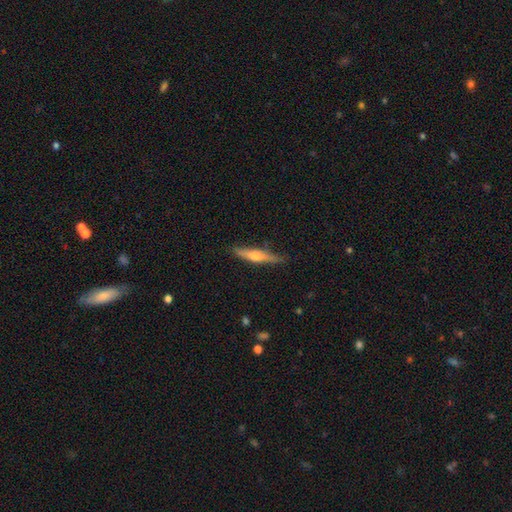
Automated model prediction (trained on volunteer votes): This is possibly a featured or disk galaxy (58%). It is clearly viewed edge-on (96%). Edge-on bulge: clearly rounded (84%). Merging: clearly none (84%).